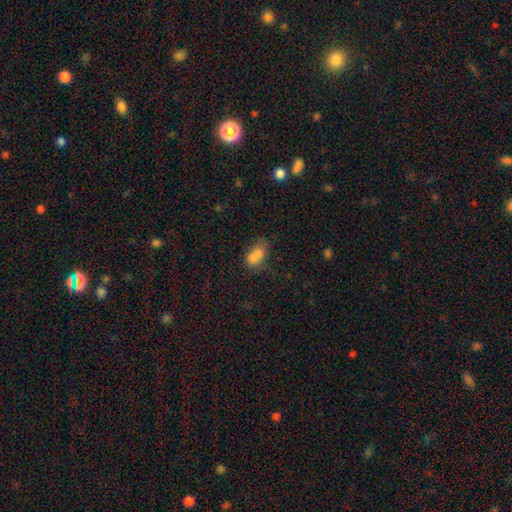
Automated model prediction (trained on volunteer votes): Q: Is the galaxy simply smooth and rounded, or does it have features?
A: smooth — 71%.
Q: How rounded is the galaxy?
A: in between — 73%.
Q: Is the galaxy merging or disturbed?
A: merger — 51%.